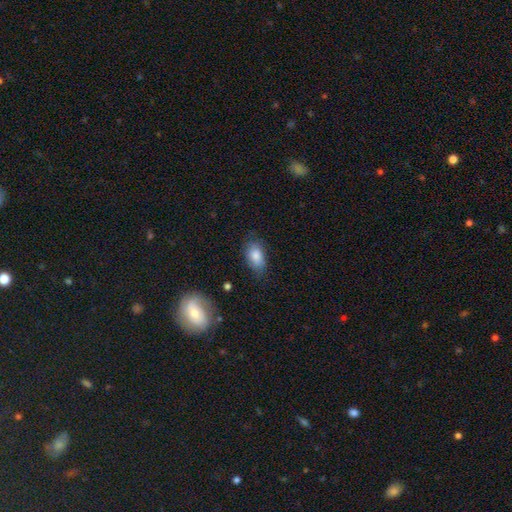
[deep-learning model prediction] Q: Smooth or featured?
A: smooth (83%); runner-up: featured or disk (10%)
Q: How rounded?
A: in between (91%); runner-up: round (7%)
Q: Merging?
A: none (72%); runner-up: minor disturbance (21%)